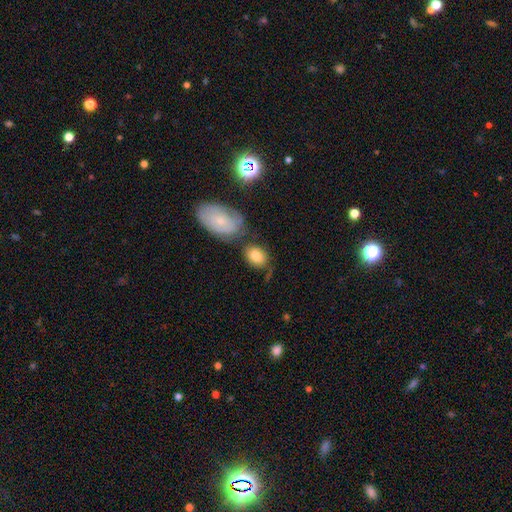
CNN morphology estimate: Smooth or featured? Predicted: smooth (p=0.81). How rounded? Predicted: in between (p=0.70). Merging? Predicted: none (p=0.57).